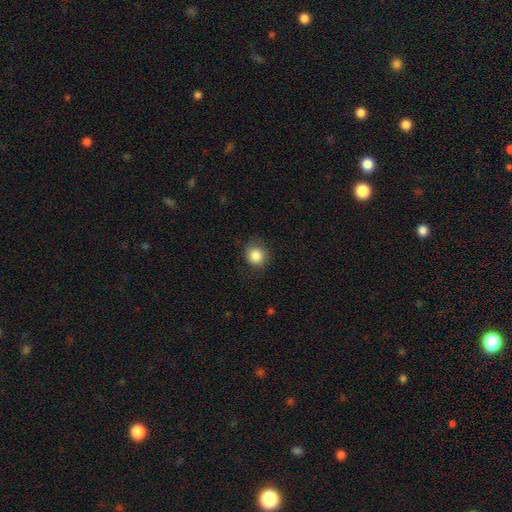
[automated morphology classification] smooth-or-featured: smooth: 85% | star or artifact: 9% | featured or disk: 6%
  how-rounded: round: 86% | in between: 13% | cigar-shaped: 1%
  merging: none: 79% | minor disturbance: 16% | major disturbance: 5% | merger: 1%